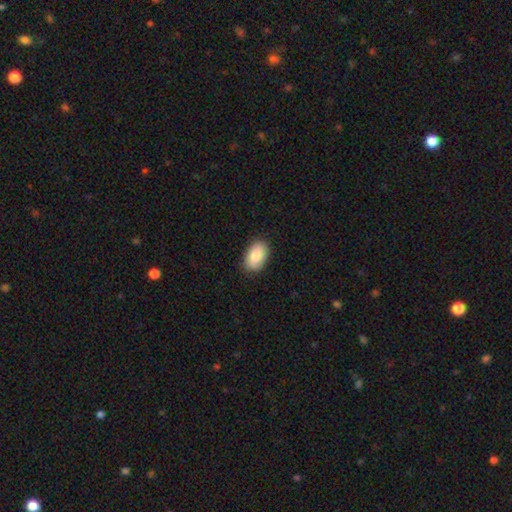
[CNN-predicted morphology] A smooth galaxy with no disk features (86%) that is in between round and cigar-shaped (92%). Merging: none (87%).